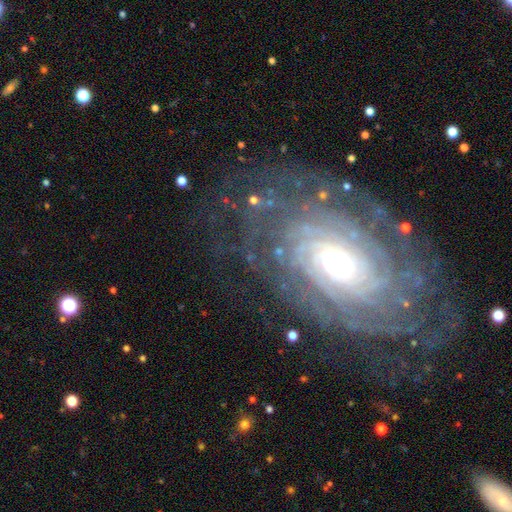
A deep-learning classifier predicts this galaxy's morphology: A featured or disk galaxy (85%) with no bar (62%), tight (80%) spiral arms (95%) and a moderate central bulge (57%). Merging: none (78%).